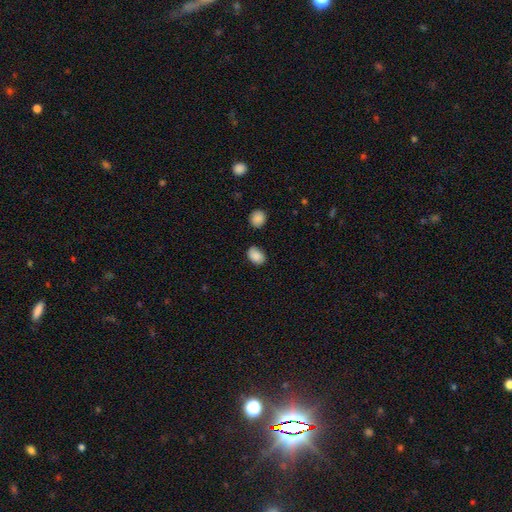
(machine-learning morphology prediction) Smooth or featured: smooth — 87% (star or artifact — 8%)
How rounded: in between — 79% (round — 20%)
Merging: none — 78% (minor disturbance — 16%)